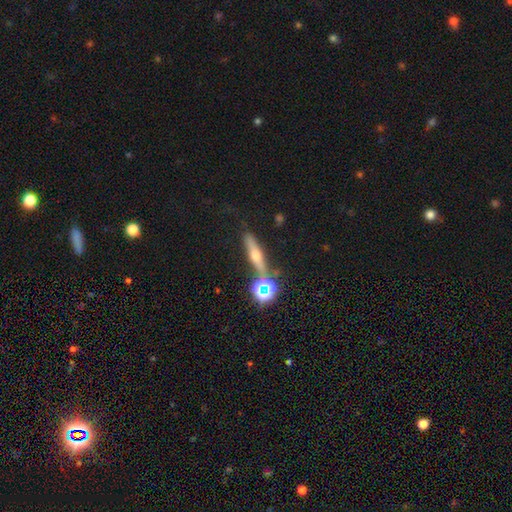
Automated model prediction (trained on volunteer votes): Overall: featured or disk (52%; smooth 30%). Edge-on disk: yes (89%). Merging: none (78%).